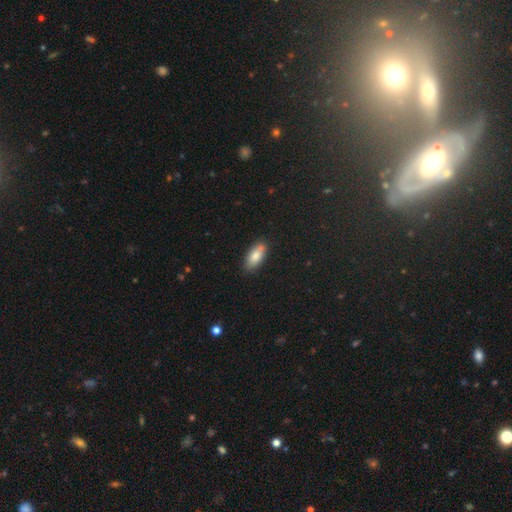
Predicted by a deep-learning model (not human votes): Smooth or featured? Predicted: smooth (p=0.82). How rounded? Predicted: in between (p=0.85). Merging? Predicted: none (p=0.82).